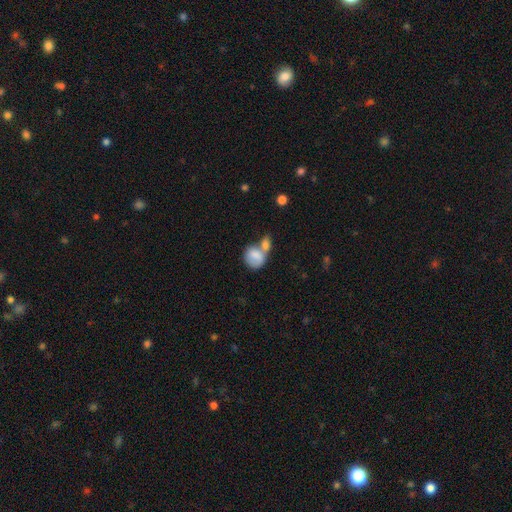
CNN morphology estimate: Smooth or featured? smooth (78%)
How rounded? round (51%)
Merging? merger (61%)